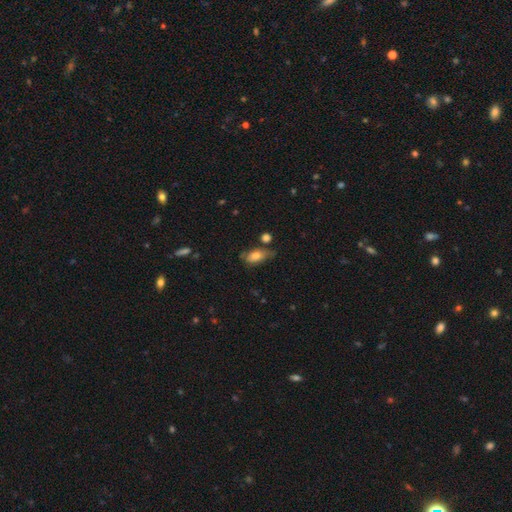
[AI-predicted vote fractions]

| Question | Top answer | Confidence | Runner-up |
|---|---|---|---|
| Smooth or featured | smooth | 73% | featured or disk (18%) |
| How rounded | in between | 86% | cigar-shaped (7%) |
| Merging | none | 46% | minor disturbance (32%) |